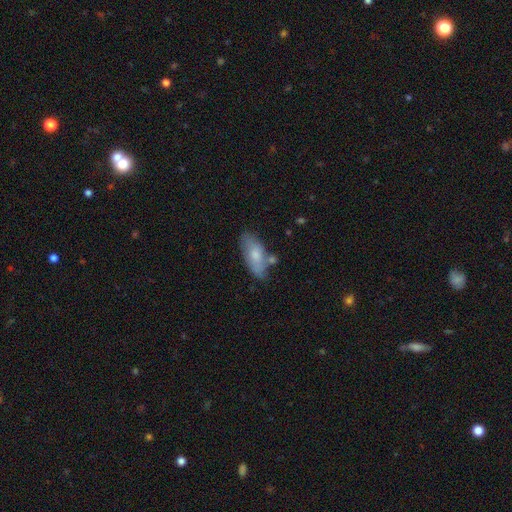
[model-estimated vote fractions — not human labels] A smooth galaxy with no disk features (67%) that is in between round and cigar-shaped (84%). Merging: none (59%).